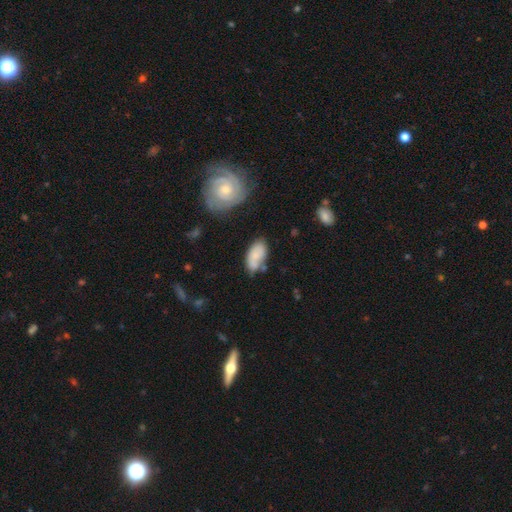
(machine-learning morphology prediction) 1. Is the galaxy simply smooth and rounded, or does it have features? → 71% smooth, 22% featured or disk, 7% star or artifact.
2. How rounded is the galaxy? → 93% in between, 4% cigar-shaped, 3% round.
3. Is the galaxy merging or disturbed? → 55% none, 25% minor disturbance, 13% merger, 8% major disturbance.